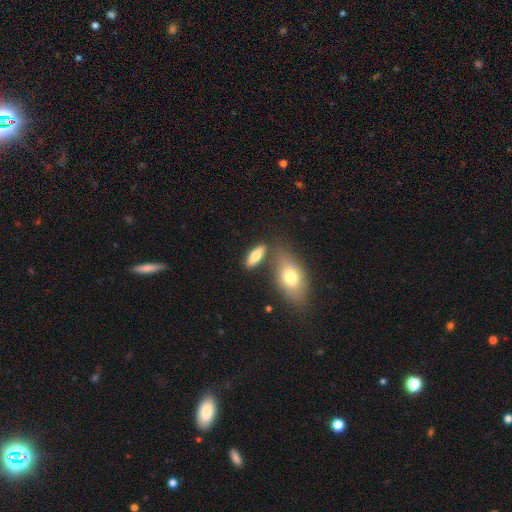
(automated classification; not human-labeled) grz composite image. It shows a smooth galaxy with no disk features (70%) that is in between round and cigar-shaped (66%). Merging: none (66%).